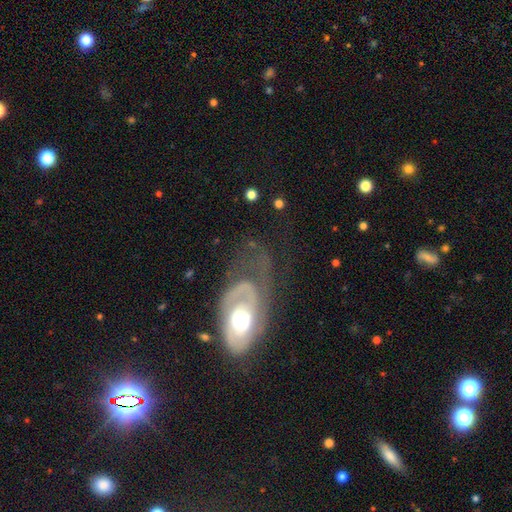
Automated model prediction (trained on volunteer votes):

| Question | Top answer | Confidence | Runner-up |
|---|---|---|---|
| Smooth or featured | featured or disk | 79% | smooth (14%) |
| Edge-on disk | no | 94% | yes (6%) |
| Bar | no | 71% | weak (21%) |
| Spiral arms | yes | 83% | no (17%) |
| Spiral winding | tight | 45% | medium (36%) |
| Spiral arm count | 2 | 41% | 1 (34%) |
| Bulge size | moderate | 60% | large (29%) |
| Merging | none | 45% | major disturbance (30%) |